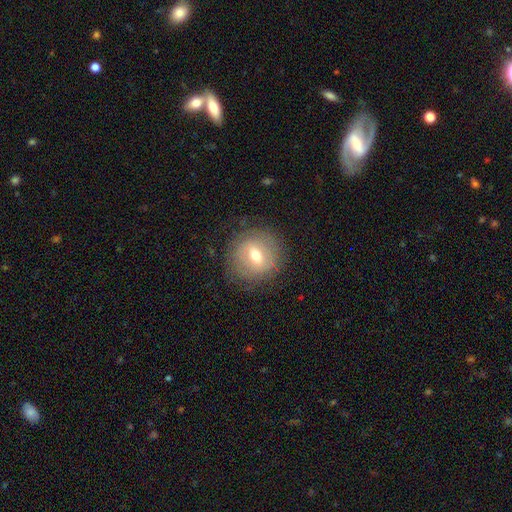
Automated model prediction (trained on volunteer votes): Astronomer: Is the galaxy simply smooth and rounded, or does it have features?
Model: smooth — 48% (runner-up: featured or disk, 42%).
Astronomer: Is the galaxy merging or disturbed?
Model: none — 82%.